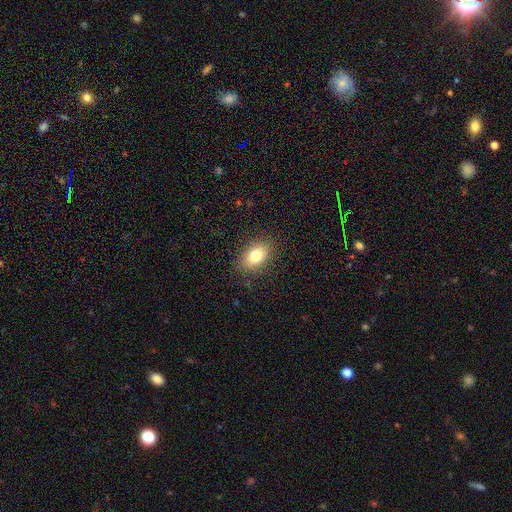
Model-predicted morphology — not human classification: smooth_or_featured: smooth (p=0.80) [alt: featured or disk p=0.11]
how_rounded: in between (p=0.85) [alt: round p=0.13]
merging: none (p=0.87) [alt: minor disturbance p=0.09]